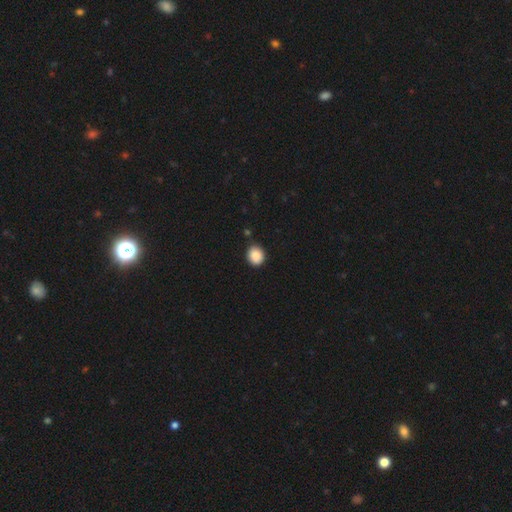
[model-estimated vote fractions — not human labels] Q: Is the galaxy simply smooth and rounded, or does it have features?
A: smooth — 89%.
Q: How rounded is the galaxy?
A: round — 75%.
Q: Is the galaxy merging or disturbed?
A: none — 86%.